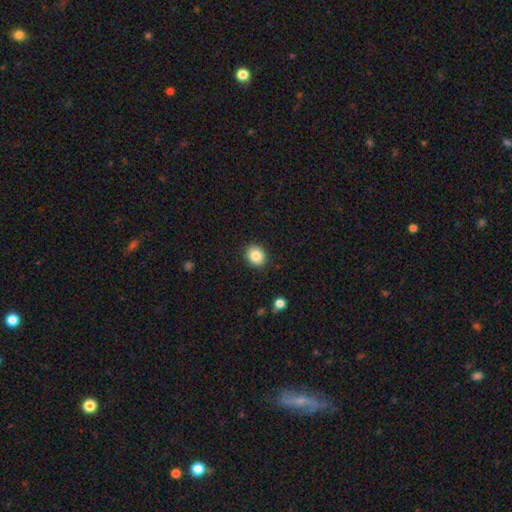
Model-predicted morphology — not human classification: Smooth or featured? Predicted: smooth (p=0.86). How rounded? Predicted: round (p=0.68). Merging? Predicted: none (p=0.90).